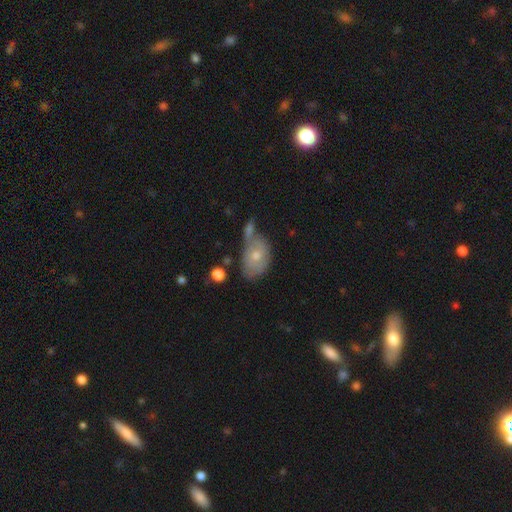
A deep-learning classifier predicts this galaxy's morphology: Overall: smooth (63%; featured or disk 29%). How rounded: in between (83%). Merging: none (39%; merger 30%).